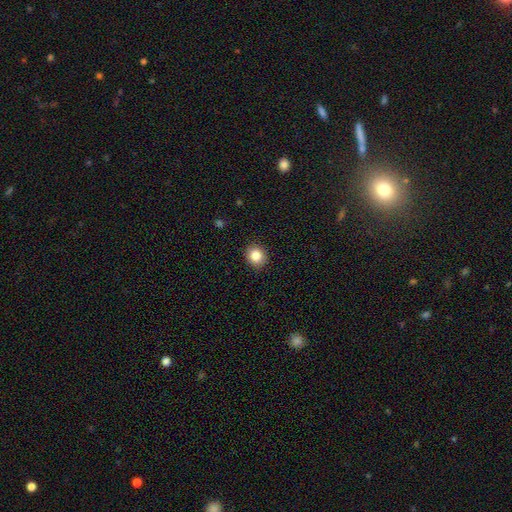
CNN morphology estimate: Smooth or featured? smooth (86%)
How rounded? round (80%)
Merging? none (90%)